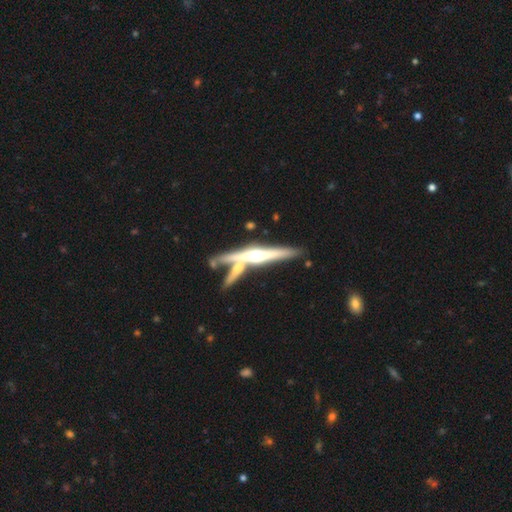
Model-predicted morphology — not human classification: A featured or disk galaxy (77%) viewed edge-on (97%) with a rounded central bulge (90%). Merging: none (60%).